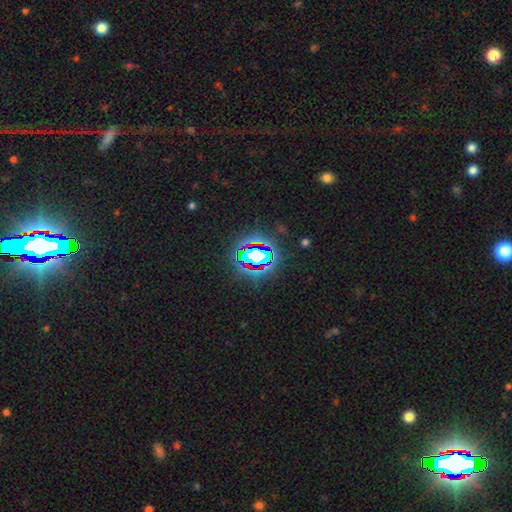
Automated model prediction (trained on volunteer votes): Morphology: type=star or artifact (70%).